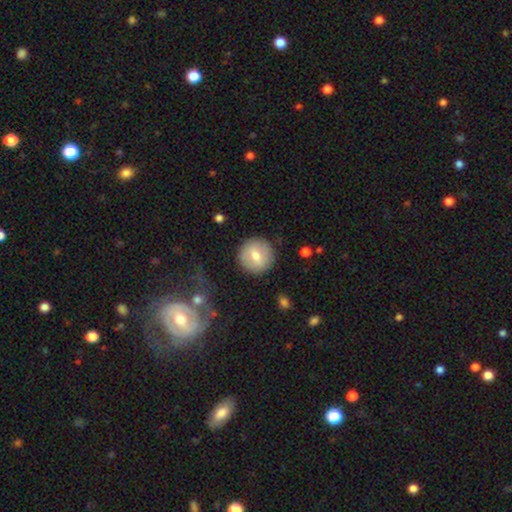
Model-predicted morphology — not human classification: A smooth galaxy with no disk features (65%) that is round (93%).

Vote fractions:
- Smooth or featured? smooth: 65% / featured or disk: 28% / star or artifact: 8%
- How rounded? round: 93% / in between: 6% / cigar-shaped: 1%
- Merging? none: 89% / minor disturbance: 7% / major disturbance: 3% / merger: 2%